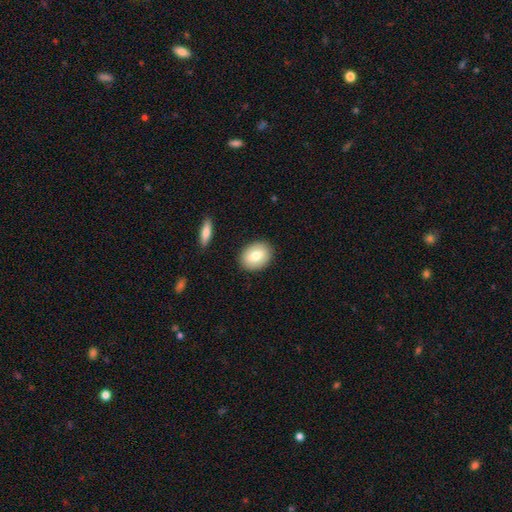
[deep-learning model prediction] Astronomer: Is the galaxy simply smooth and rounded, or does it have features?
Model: smooth — 77%.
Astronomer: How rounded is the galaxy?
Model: in between — 61% (runner-up: round, 38%).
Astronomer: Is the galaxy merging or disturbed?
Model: none — 88%.